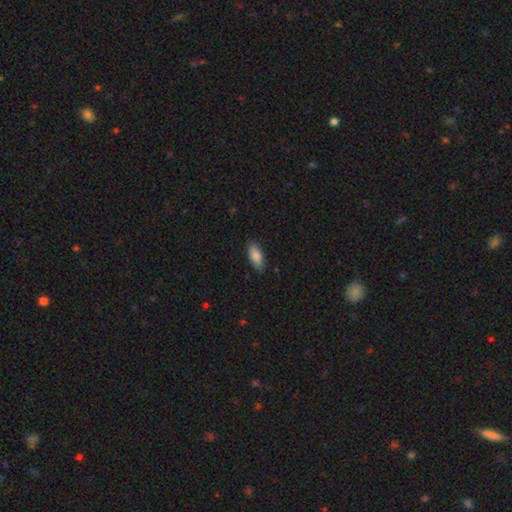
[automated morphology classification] Smooth or featured?
  - smooth: 85% *
  - featured or disk: 9%
  - star or artifact: 6%
How rounded?
  - in between: 81% *
  - cigar-shaped: 17%
  - round: 2%
Merging?
  - none: 86% *
  - minor disturbance: 11%
  - major disturbance: 2%
  - merger: 1%